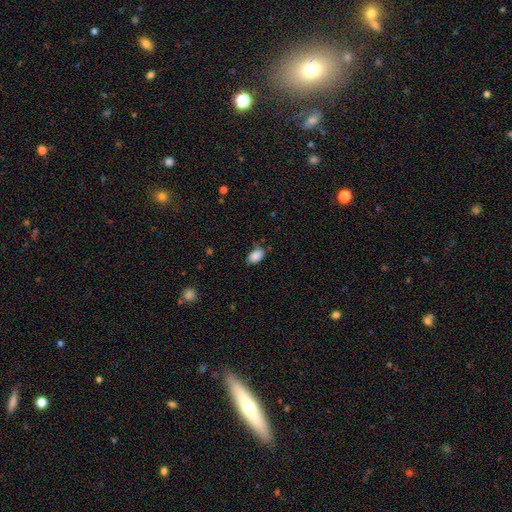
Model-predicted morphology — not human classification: Smooth or featured?
  - smooth: 87% *
  - star or artifact: 8%
  - featured or disk: 5%
How rounded?
  - in between: 92% *
  - round: 6%
  - cigar-shaped: 2%
Merging?
  - none: 67% *
  - minor disturbance: 25%
  - major disturbance: 6%
  - merger: 2%